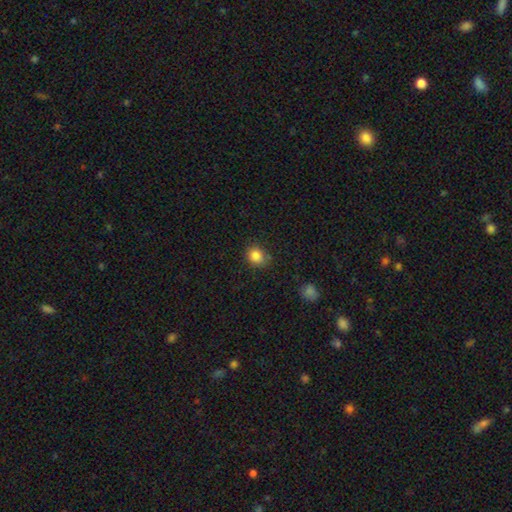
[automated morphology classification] Smooth or featured? smooth (84%)
How rounded? round (60%)
Merging? none (78%)